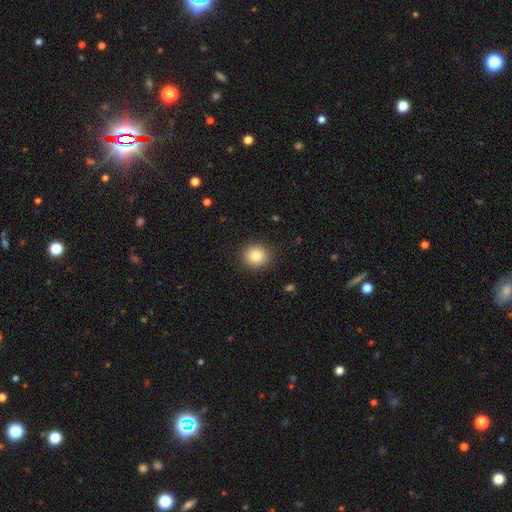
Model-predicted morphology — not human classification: This appears to be a smooth galaxy with no disk features (82%) that is round (88%). Merging: none (90%).